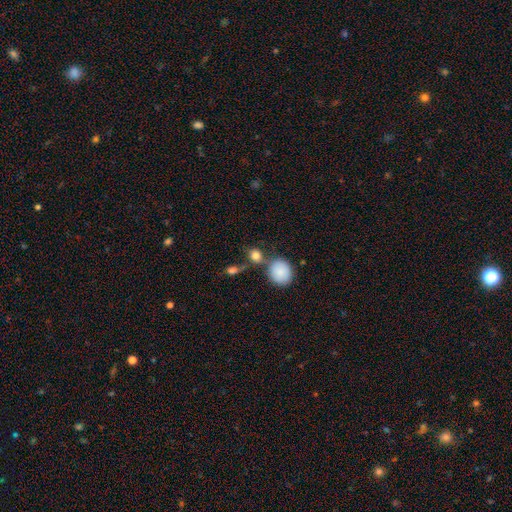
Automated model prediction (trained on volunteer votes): smooth_or_featured: smooth (p=0.82) [alt: star or artifact p=0.10]
how_rounded: round (p=0.70) [alt: in between p=0.27]
merging: none (p=0.53) [alt: merger p=0.29]